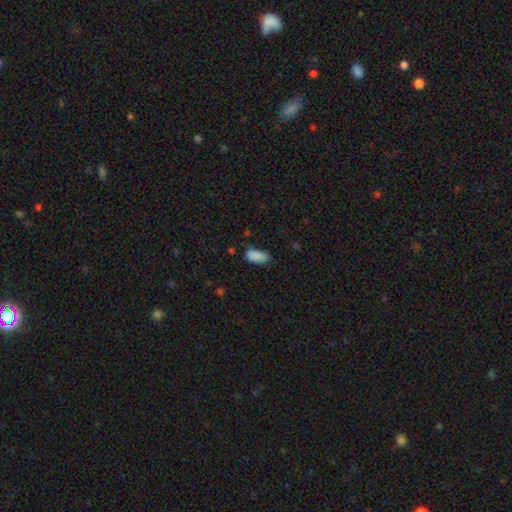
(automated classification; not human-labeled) This is clearly a smooth galaxy (87%). How rounded: clearly in between (91%). Merging: likely none (64%).